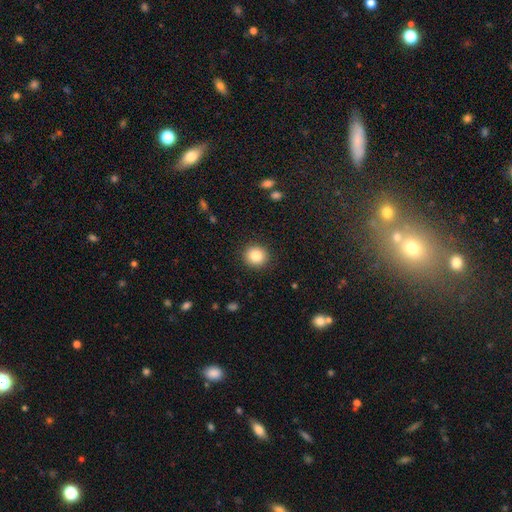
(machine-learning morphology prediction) A smooth galaxy with no disk features (84%) that is round (91%).

Vote fractions:
- Smooth or featured? smooth: 84% / star or artifact: 9% / featured or disk: 6%
- How rounded? round: 91% / in between: 8% / cigar-shaped: 1%
- Merging? none: 91% / minor disturbance: 6% / major disturbance: 2% / merger: 1%